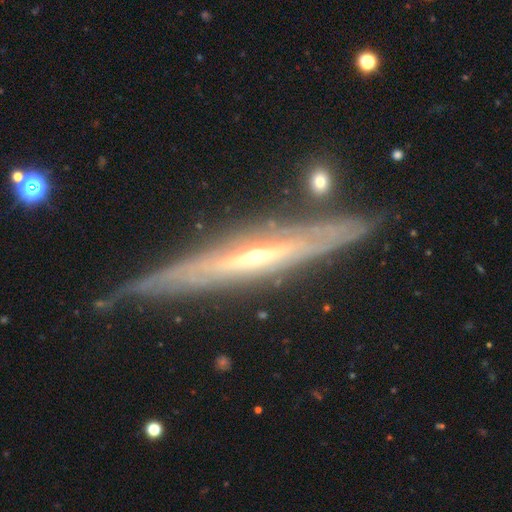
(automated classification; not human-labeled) The model was most divided on "edge-on bulge": rounded: 65%, none: 30%, boxy: 5%. More confident: edge-on disk — yes (86%); smooth or featured — featured or disk (82%); merging — none (78%).